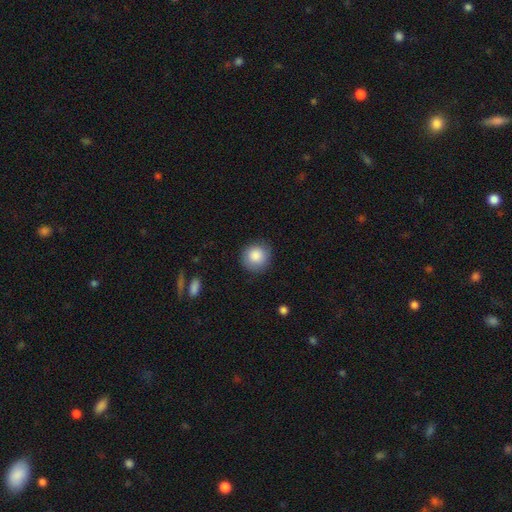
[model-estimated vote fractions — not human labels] Overall: smooth (86%). How rounded: round (91%). Merging: none (85%).